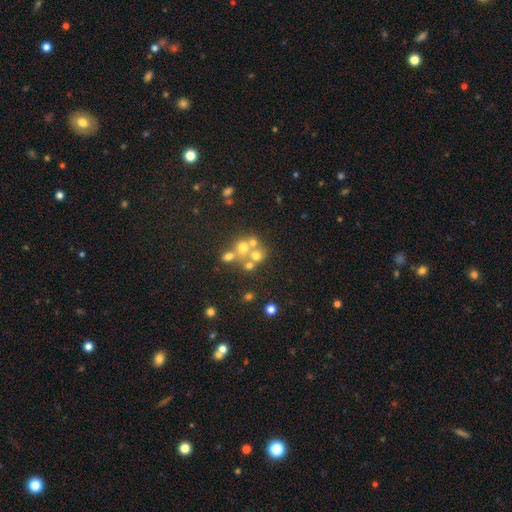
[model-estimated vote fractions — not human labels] Q: Smooth or featured?
A: smooth (52%); runner-up: featured or disk (26%)
Q: How rounded?
A: round (83%); runner-up: in between (16%)
Q: Merging?
A: merger (43%); tied with: none (43%)